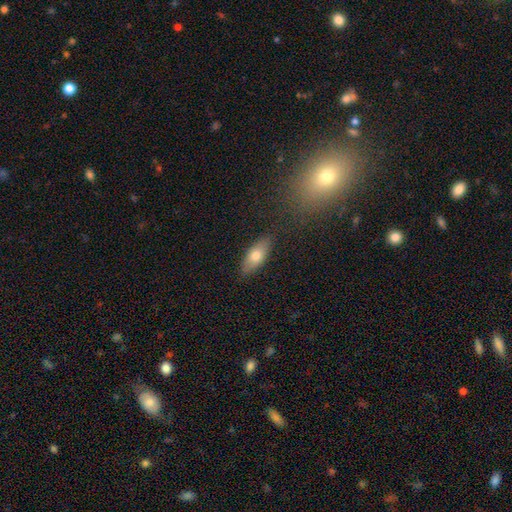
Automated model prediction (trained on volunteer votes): The model was most divided on "smooth or featured": smooth: 71%, featured or disk: 22%, star or artifact: 7%. More confident: merging — none (86%); how rounded — in between (77%).